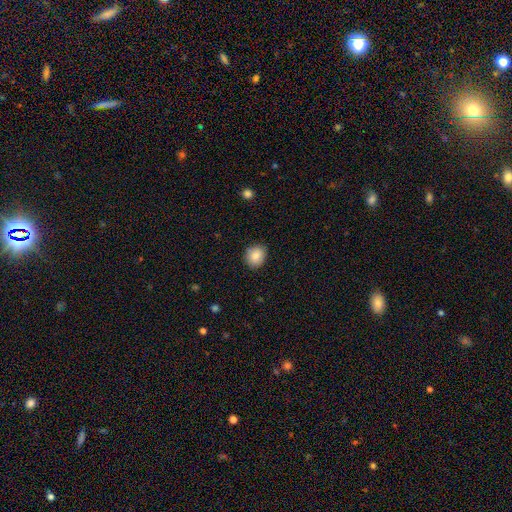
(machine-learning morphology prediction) Q: Smooth or featured?
A: smooth (86%); runner-up: star or artifact (8%)
Q: How rounded?
A: round (74%); runner-up: in between (25%)
Q: Merging?
A: none (88%); runner-up: minor disturbance (9%)